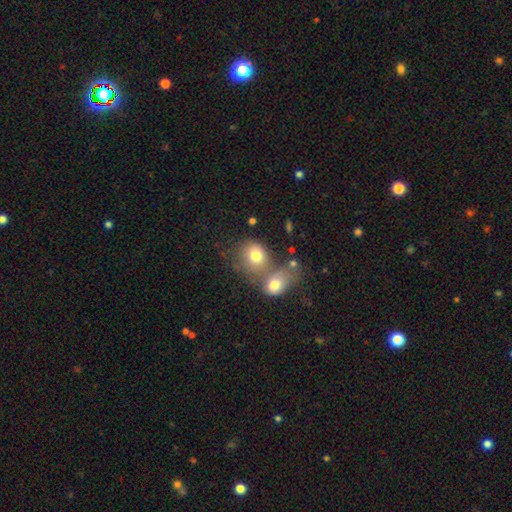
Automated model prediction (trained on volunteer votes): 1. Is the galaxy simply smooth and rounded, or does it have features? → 76% smooth, 14% featured or disk, 10% star or artifact.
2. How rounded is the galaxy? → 64% round, 35% in between, 1% cigar-shaped.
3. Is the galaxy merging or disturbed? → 48% merger, 34% none, 10% minor disturbance, 7% major disturbance.